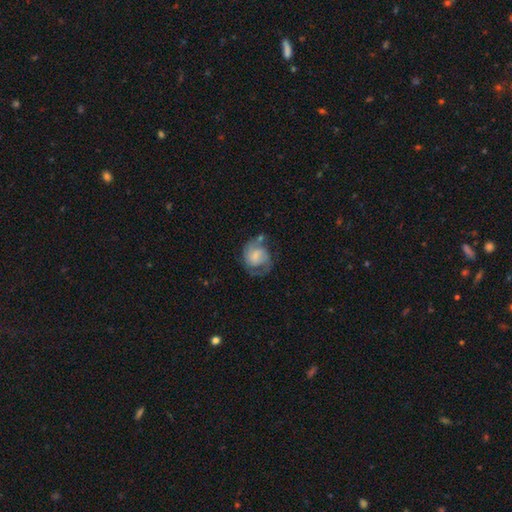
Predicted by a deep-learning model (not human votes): smooth_or_featured: featured or disk (p=0.60) [alt: smooth p=0.33]
disk_edge_on: no (p=0.98) [alt: yes p=0.02]
bar: no (p=0.54) [alt: weak p=0.38]
has_spiral_arms: yes (p=0.84) [alt: no p=0.16]
bulge_size: small (p=0.47) [alt: moderate p=0.24]
merging: none (p=0.48) [alt: minor disturbance p=0.25]